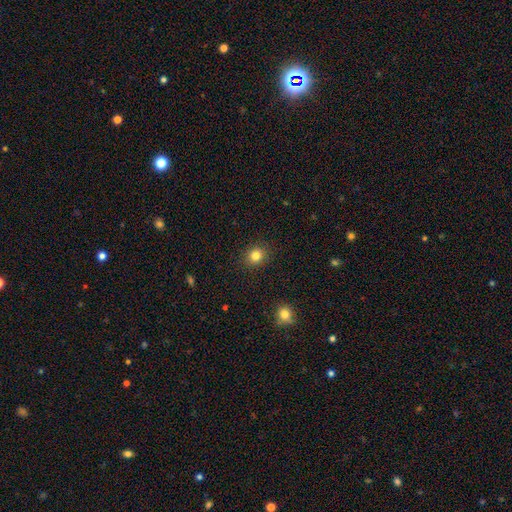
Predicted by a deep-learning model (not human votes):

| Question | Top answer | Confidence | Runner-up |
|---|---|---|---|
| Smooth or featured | smooth | 82% | star or artifact (12%) |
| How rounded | round | 80% | in between (19%) |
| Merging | none | 90% | minor disturbance (7%) |